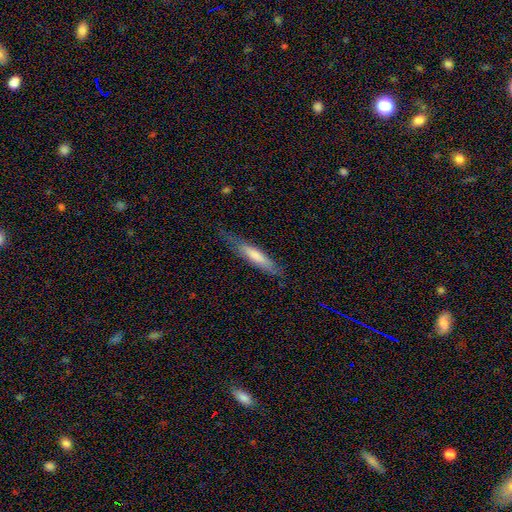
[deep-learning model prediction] Smooth or featured?
  - smooth: 67% *
  - featured or disk: 28%
  - star or artifact: 5%
How rounded?
  - cigar-shaped: 84% *
  - in between: 15%
  - round: 1%
Merging?
  - none: 70% *
  - minor disturbance: 22%
  - major disturbance: 6%
  - merger: 1%